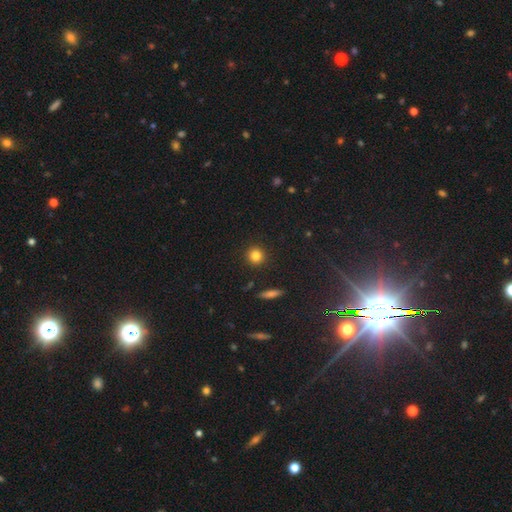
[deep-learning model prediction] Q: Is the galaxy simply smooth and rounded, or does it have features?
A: smooth — 83%.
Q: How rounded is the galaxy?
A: round — 93%.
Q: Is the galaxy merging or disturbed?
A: none — 91%.